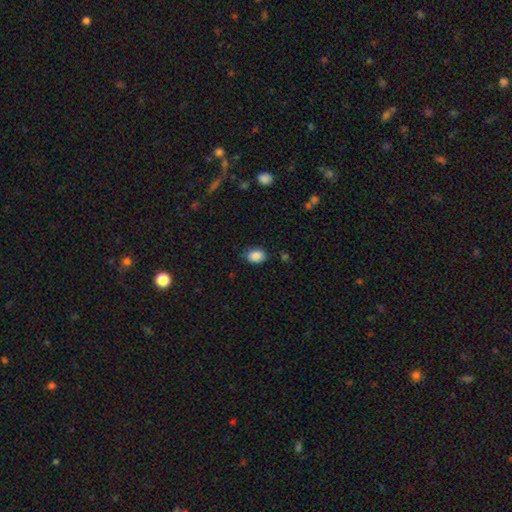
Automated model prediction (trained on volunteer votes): smooth_or_featured: smooth (p=0.88) [alt: star or artifact p=0.08]
how_rounded: in between (p=0.74) [alt: round p=0.25]
merging: none (p=0.80) [alt: minor disturbance p=0.15]